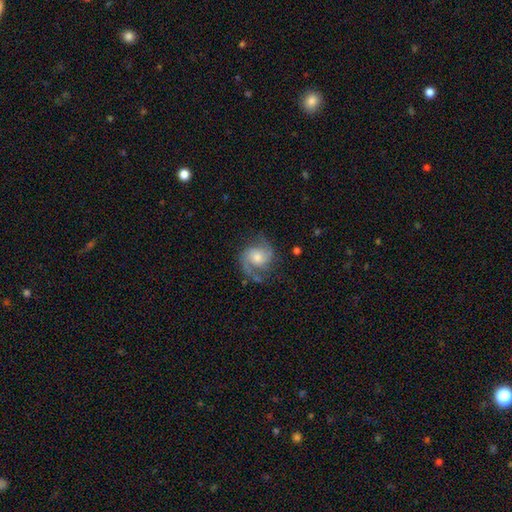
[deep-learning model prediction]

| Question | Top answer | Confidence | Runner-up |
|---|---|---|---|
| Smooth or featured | featured or disk | 84% | smooth (10%) |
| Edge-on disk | no | 98% | yes (2%) |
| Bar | no | 63% | weak (31%) |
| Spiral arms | yes | 96% | no (4%) |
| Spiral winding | medium | 53% | loose (24%) |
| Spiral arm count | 2 | 88% | 1 (4%) |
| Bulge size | moderate | 52% | small (32%) |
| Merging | none | 73% | minor disturbance (17%) |